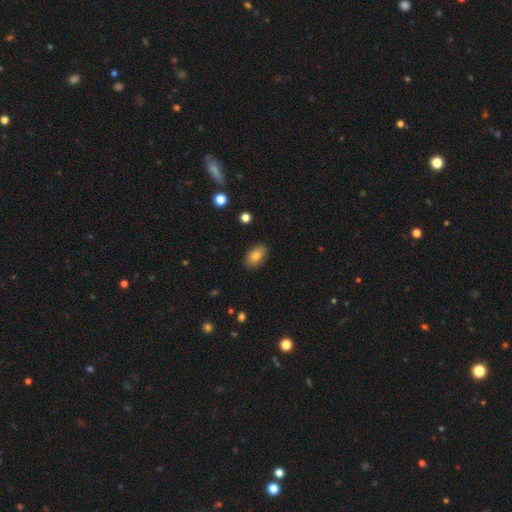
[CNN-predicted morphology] Overall: smooth (83%). How rounded: in between (91%). Merging: none (87%).